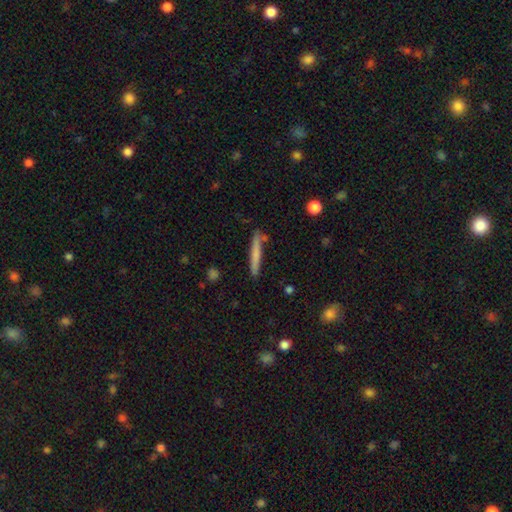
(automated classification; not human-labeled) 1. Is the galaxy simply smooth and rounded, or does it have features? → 69% smooth, 25% featured or disk, 6% star or artifact.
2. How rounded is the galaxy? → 95% cigar-shaped, 4% in between, 1% round.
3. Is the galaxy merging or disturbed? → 82% none, 12% minor disturbance, 4% merger, 2% major disturbance.